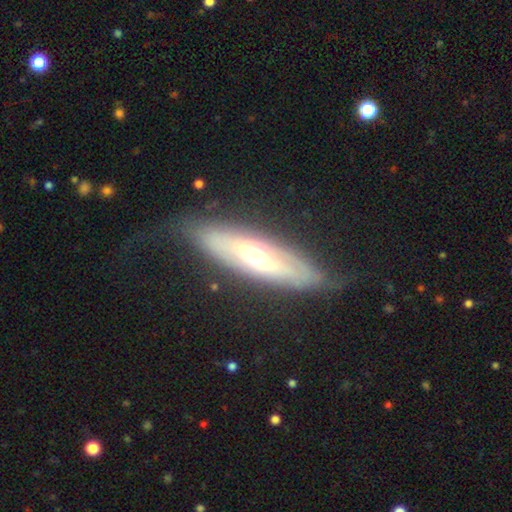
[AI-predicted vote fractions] This appears to be a featured or disk galaxy (66%). Merging: none (67%).